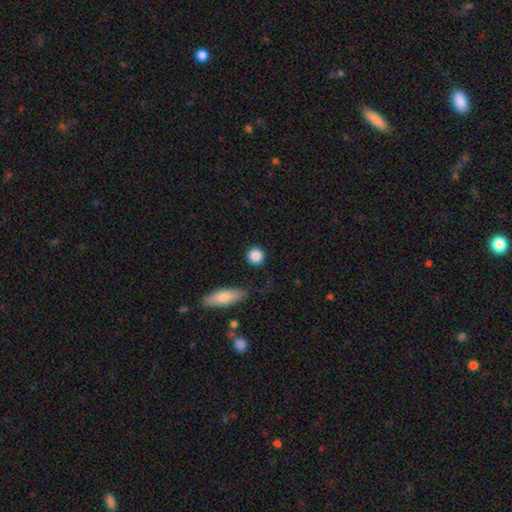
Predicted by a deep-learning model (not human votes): Smooth or featured? Predicted: smooth (p=0.87). How rounded? Predicted: round (p=0.90). Merging? Predicted: none (p=0.87).